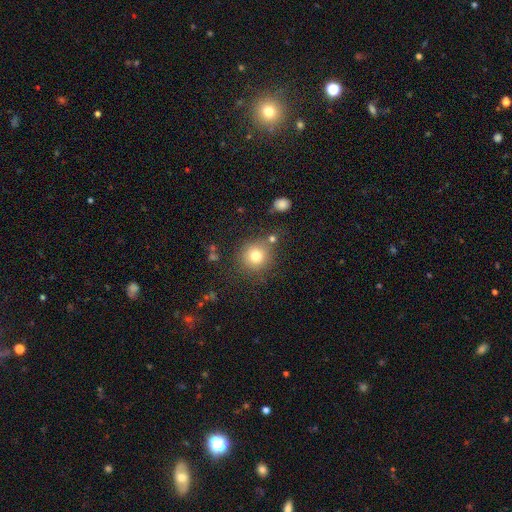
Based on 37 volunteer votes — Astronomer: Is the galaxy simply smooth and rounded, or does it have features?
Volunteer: smooth — 92%.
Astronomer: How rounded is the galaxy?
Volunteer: round — 97%.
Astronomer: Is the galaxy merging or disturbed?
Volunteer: none — 71%.